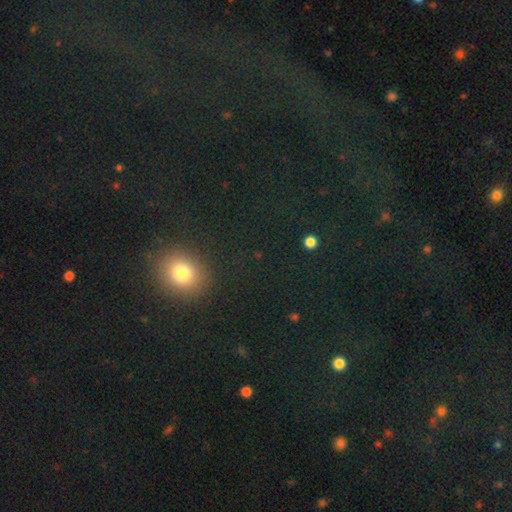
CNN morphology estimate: Smooth or featured?
  - smooth: 71% *
  - star or artifact: 24%
  - featured or disk: 6%
How rounded?
  - round: 81% *
  - in between: 18%
  - cigar-shaped: 2%
Merging?
  - none: 92% *
  - minor disturbance: 5%
  - major disturbance: 2%
  - merger: 1%